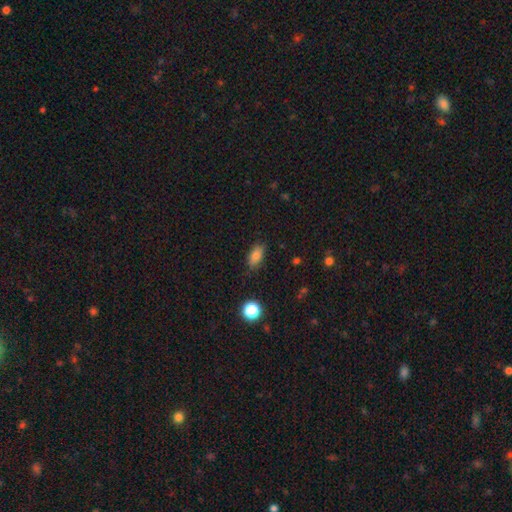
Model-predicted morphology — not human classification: Smooth or featured? Predicted: smooth (p=0.83). How rounded? Predicted: in between (p=0.87). Merging? Predicted: none (p=0.79).